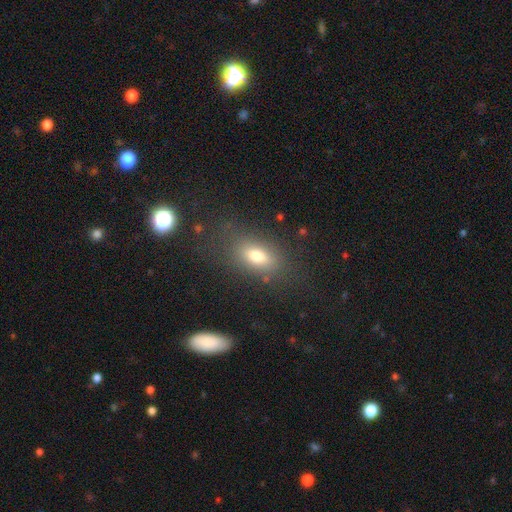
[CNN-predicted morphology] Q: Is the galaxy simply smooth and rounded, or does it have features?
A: smooth — 74%.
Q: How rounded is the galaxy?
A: in between — 82%.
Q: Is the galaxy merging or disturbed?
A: none — 75%.